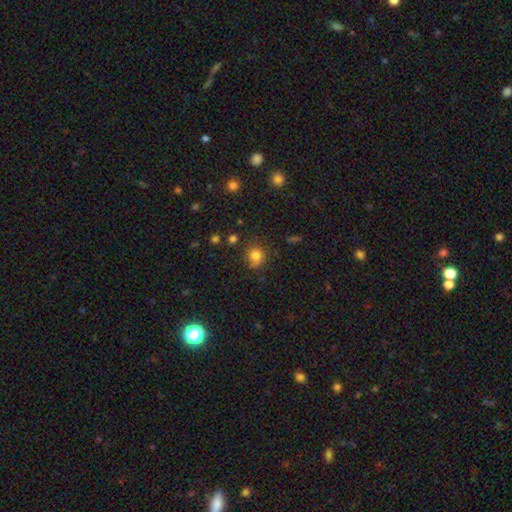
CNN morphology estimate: Smooth or featured?
  - smooth: 78% *
  - star or artifact: 13%
  - featured or disk: 9%
How rounded?
  - round: 81% *
  - in between: 18%
  - cigar-shaped: 1%
Merging?
  - none: 70% *
  - minor disturbance: 20%
  - major disturbance: 7%
  - merger: 3%